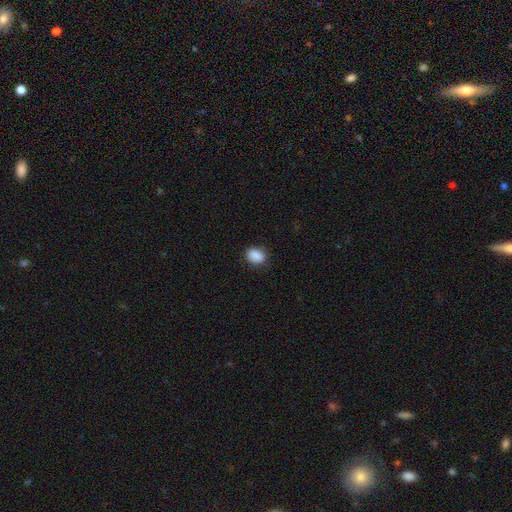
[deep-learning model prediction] smooth_or_featured: smooth (p=0.89) [alt: star or artifact p=0.08]
how_rounded: in between (p=0.72) [alt: round p=0.27]
merging: none (p=0.84) [alt: minor disturbance p=0.12]